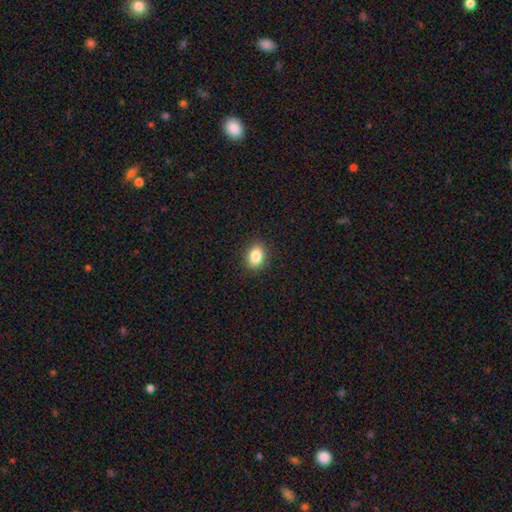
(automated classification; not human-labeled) smooth 85%, star or artifact 9%, featured or disk 6%. Down the decision tree: how rounded — in between (69%); merging — none (88%).